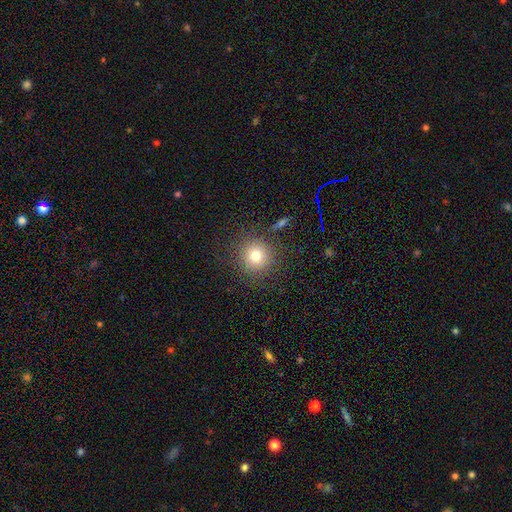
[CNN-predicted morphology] smooth-or-featured: smooth: 75% | star or artifact: 14% | featured or disk: 10%
  how-rounded: round: 94% | in between: 5% | cigar-shaped: 1%
  merging: none: 86% | minor disturbance: 8% | major disturbance: 4% | merger: 2%